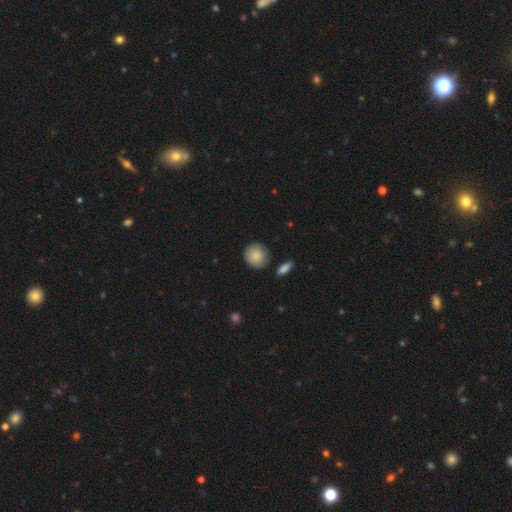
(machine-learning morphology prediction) Smooth or featured?
  - smooth: 87% *
  - featured or disk: 7%
  - star or artifact: 6%
How rounded?
  - round: 90% *
  - in between: 9%
  - cigar-shaped: 1%
Merging?
  - none: 82% *
  - minor disturbance: 12%
  - merger: 3%
  - major disturbance: 3%